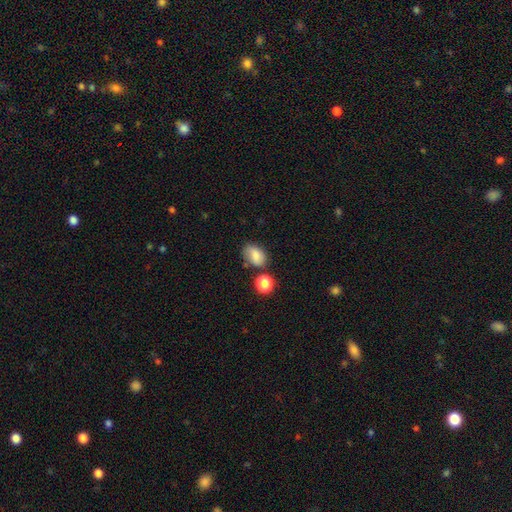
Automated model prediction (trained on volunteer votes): This appears to be a smooth galaxy with no disk features (82%) that is in between round and cigar-shaped (81%). Merging: none (63%).